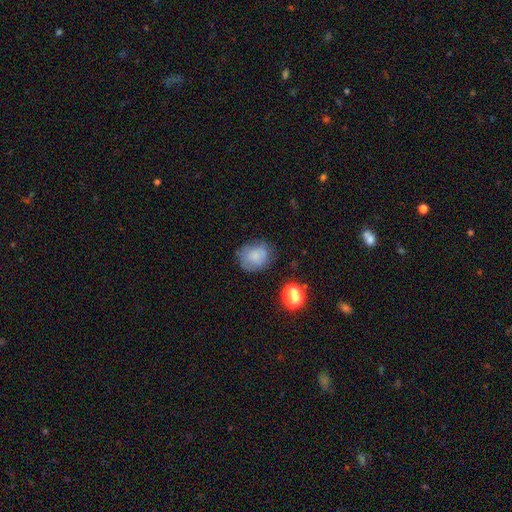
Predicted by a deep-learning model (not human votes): smooth 72%, featured or disk 17%, star or artifact 11%. Down the decision tree: how rounded — round (61%); merging — none (64%).